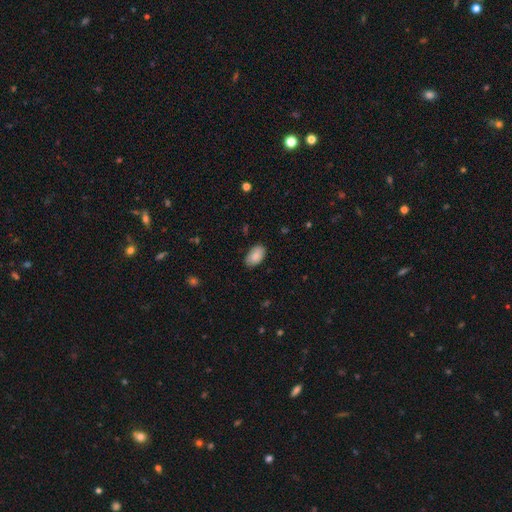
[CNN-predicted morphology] This is clearly a smooth galaxy (85%). How rounded: clearly in between (93%). Merging: clearly none (80%).